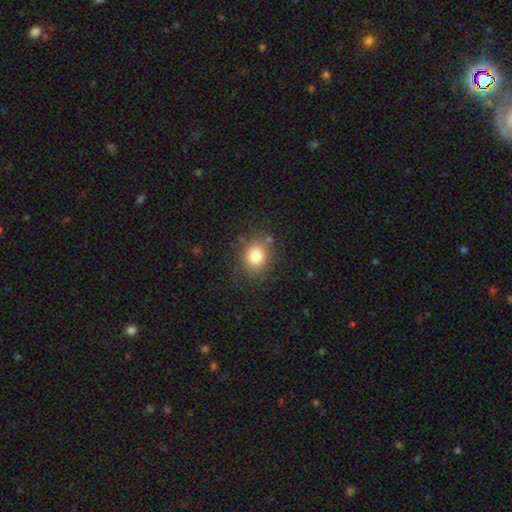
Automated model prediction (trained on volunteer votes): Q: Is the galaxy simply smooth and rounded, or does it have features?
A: smooth — 79%.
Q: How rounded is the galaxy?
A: round — 65%.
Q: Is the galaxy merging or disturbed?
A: none — 80%.